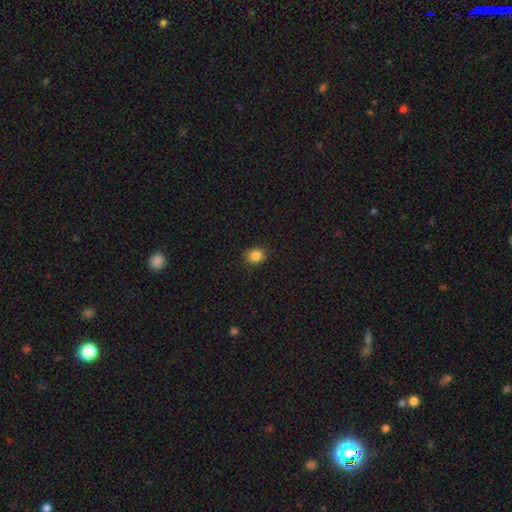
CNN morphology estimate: Smooth or featured? Predicted: smooth (p=0.84). How rounded? Predicted: round (p=0.70). Merging? Predicted: none (p=0.87).